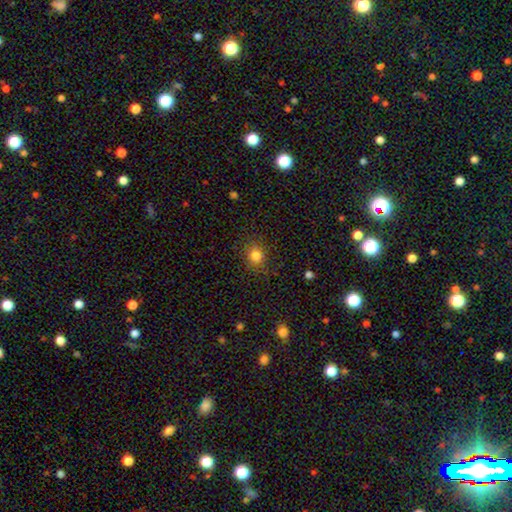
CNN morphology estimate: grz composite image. It shows a smooth galaxy with no disk features (81%) that is round (72%). Merging: none (85%).